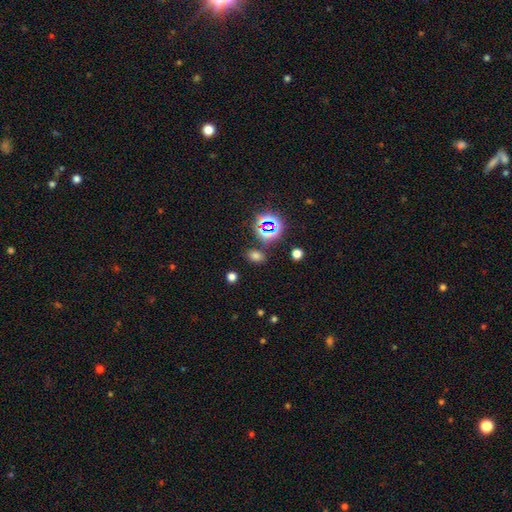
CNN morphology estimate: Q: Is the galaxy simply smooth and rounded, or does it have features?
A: smooth — 64%.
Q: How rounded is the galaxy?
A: in between — 72%.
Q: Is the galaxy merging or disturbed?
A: none — 81%.